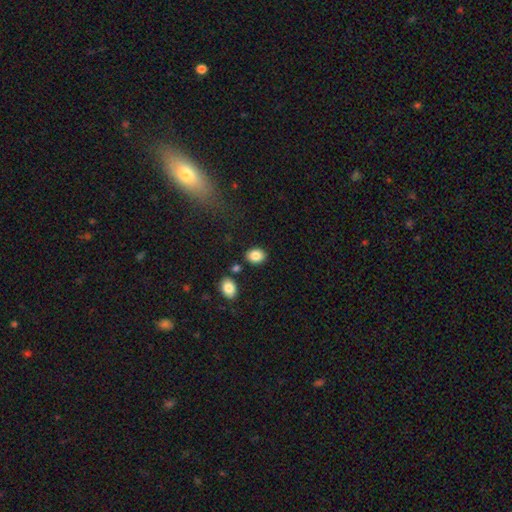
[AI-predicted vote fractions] The model was most divided on "how rounded": in between: 61%, round: 38%, cigar-shaped: 1%. More confident: smooth or featured — smooth (85%); merging — none (83%).